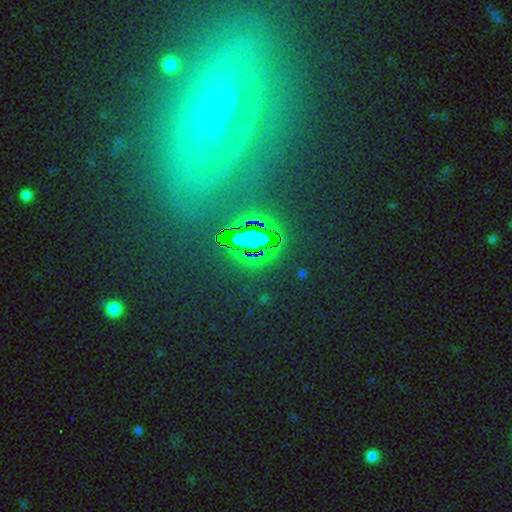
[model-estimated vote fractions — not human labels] The model was most divided on "smooth or featured": star or artifact: 66%, smooth: 19%, featured or disk: 15%.